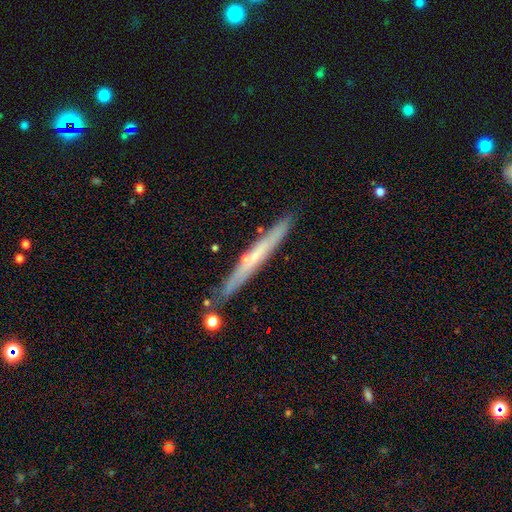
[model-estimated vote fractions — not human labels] This appears to be a featured or disk galaxy (55%) viewed edge-on (93%) with no central bulge (73%). Merging: none (86%).